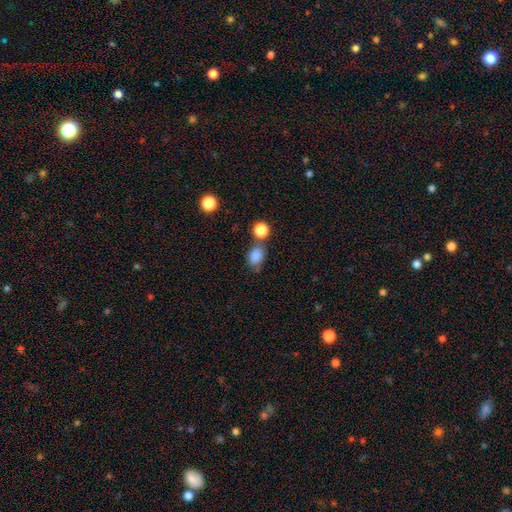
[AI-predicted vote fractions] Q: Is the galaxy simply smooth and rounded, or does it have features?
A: smooth — 84%.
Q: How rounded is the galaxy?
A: in between — 66%.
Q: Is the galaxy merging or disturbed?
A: none — 56%.